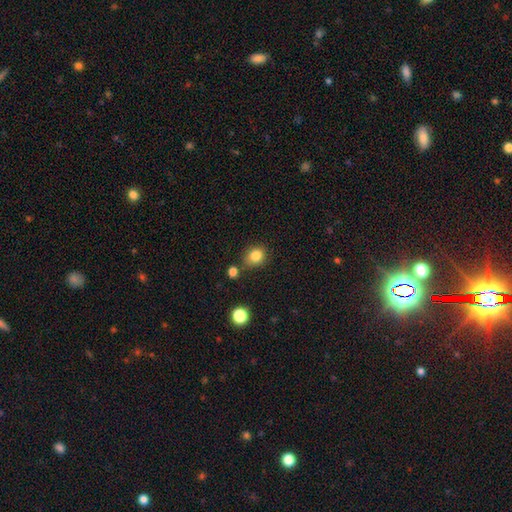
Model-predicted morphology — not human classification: smooth 84%, star or artifact 11%, featured or disk 5%. Down the decision tree: how rounded — round (66%); merging — none (74%).